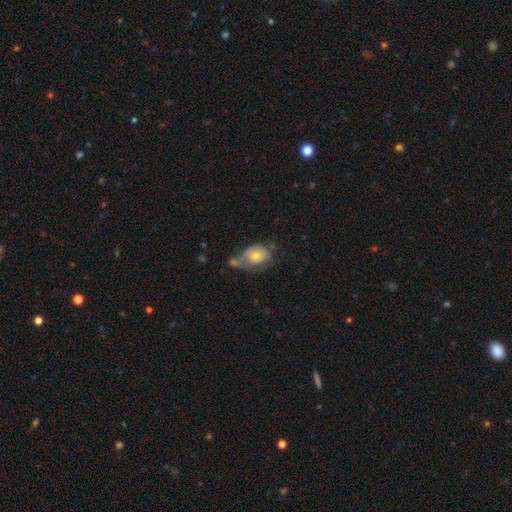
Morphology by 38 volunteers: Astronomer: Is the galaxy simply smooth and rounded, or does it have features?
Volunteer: smooth — 58% (runner-up: featured or disk, 39%).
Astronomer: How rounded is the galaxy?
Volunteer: in between — 64%.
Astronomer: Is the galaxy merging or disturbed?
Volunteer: minor disturbance — 43% (runner-up: none, 30%).